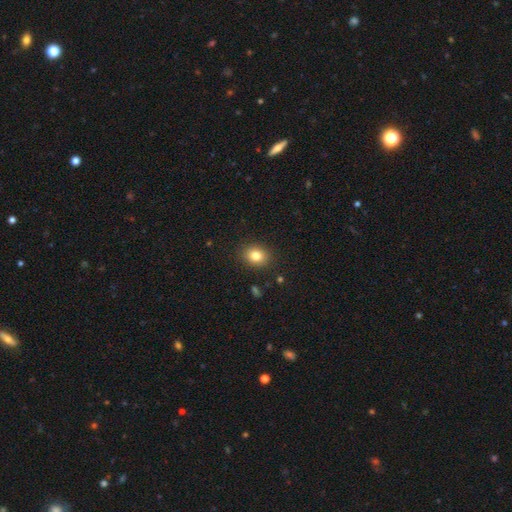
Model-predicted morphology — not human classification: Smooth or featured? smooth (82%)
How rounded? round (53%)
Merging? none (88%)